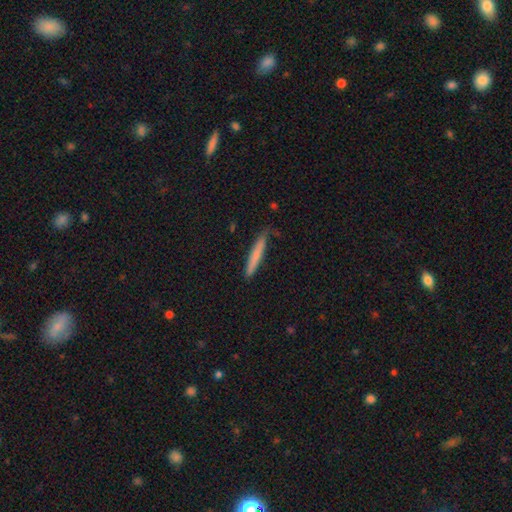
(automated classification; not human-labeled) Smooth or featured: smooth — 70% (featured or disk — 24%)
How rounded: cigar-shaped — 95% (in between — 4%)
Merging: none — 71% (minor disturbance — 23%)